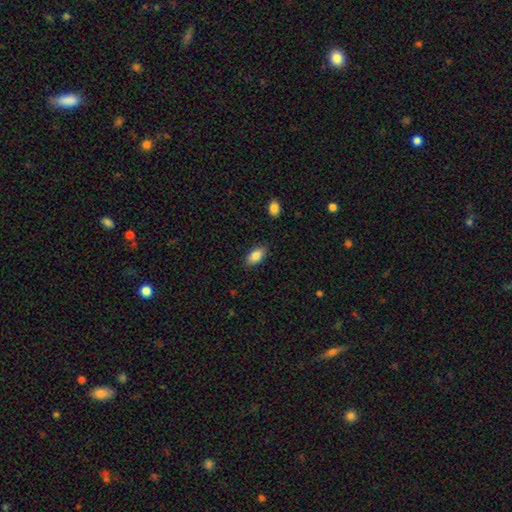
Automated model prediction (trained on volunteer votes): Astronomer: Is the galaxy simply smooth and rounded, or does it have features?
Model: smooth — 86%.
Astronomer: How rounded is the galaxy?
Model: in between — 91%.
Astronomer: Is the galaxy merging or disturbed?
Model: none — 86%.